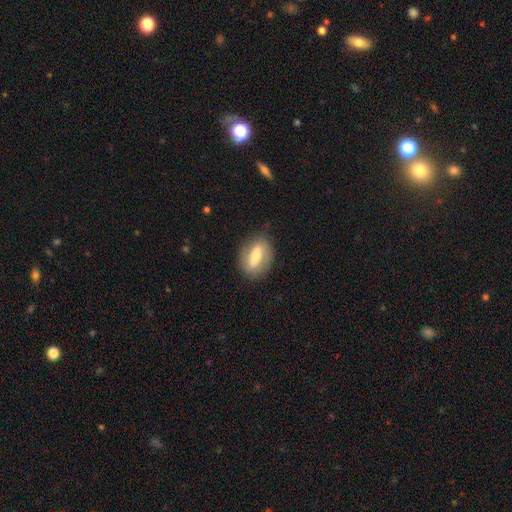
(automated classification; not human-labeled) Q: Smooth or featured?
A: smooth (48%); runner-up: featured or disk (45%)
Q: Merging?
A: none (82%); runner-up: minor disturbance (13%)